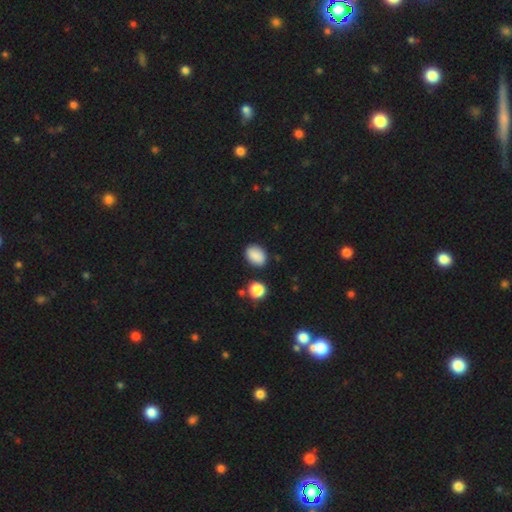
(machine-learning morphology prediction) Smooth or featured?
  - smooth: 87% *
  - star or artifact: 9%
  - featured or disk: 4%
How rounded?
  - in between: 75% *
  - round: 24%
  - cigar-shaped: 1%
Merging?
  - none: 84% *
  - minor disturbance: 11%
  - merger: 3%
  - major disturbance: 3%